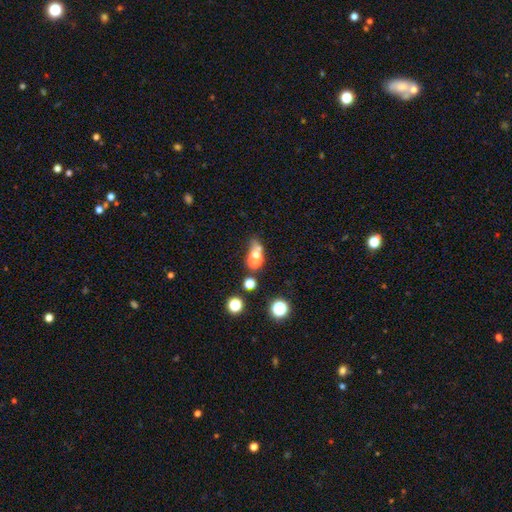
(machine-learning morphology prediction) Smooth or featured?
  - smooth: 63% *
  - featured or disk: 19%
  - star or artifact: 18%
How rounded?
  - in between: 56% *
  - round: 37%
  - cigar-shaped: 7%
Merging?
  - merger: 43% *
  - none: 28%
  - major disturbance: 15%
  - minor disturbance: 14%